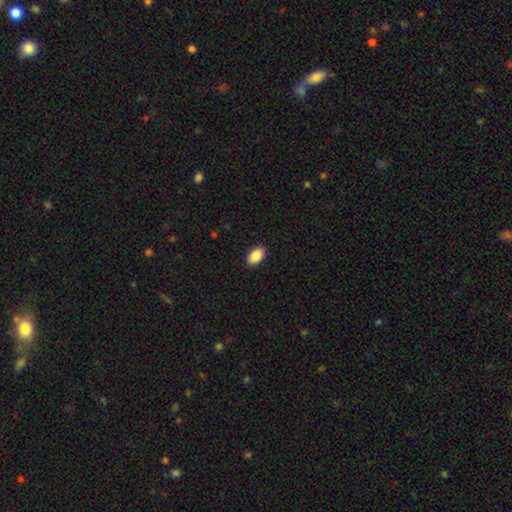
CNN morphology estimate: smooth_or_featured: smooth (p=0.88) [alt: star or artifact p=0.07]
how_rounded: in between (p=0.94) [alt: round p=0.05]
merging: none (p=0.90) [alt: minor disturbance p=0.07]